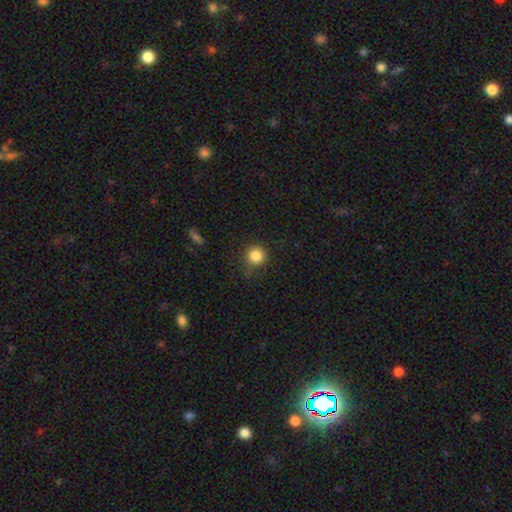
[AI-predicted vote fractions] Smooth or featured? smooth (85%)
How rounded? round (93%)
Merging? none (78%)